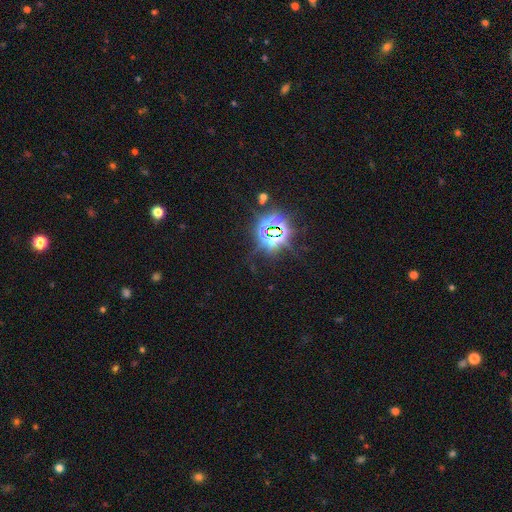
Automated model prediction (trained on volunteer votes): Q: Smooth or featured?
A: star or artifact (81%); runner-up: smooth (12%)